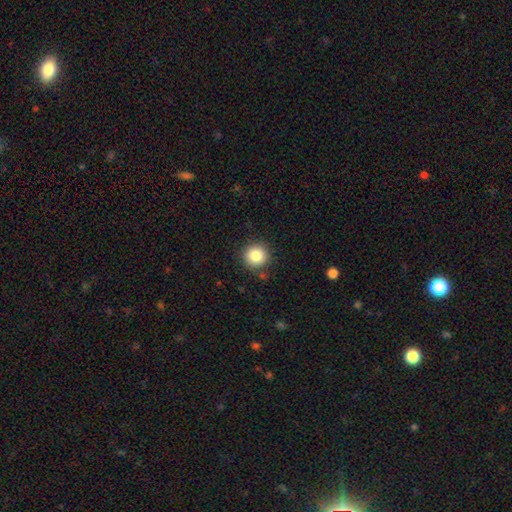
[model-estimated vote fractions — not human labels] Smooth or featured: smooth — 85% (star or artifact — 10%)
How rounded: round — 93% (in between — 6%)
Merging: none — 88% (minor disturbance — 8%)